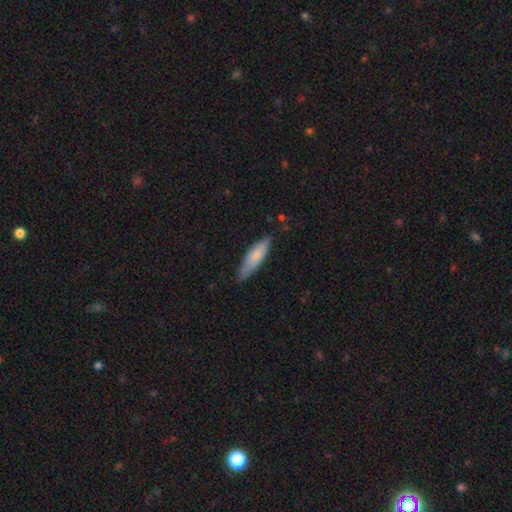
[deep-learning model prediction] Q: Smooth or featured?
A: smooth (77%); runner-up: featured or disk (18%)
Q: How rounded?
A: cigar-shaped (66%); runner-up: in between (33%)
Q: Merging?
A: none (77%); runner-up: minor disturbance (19%)